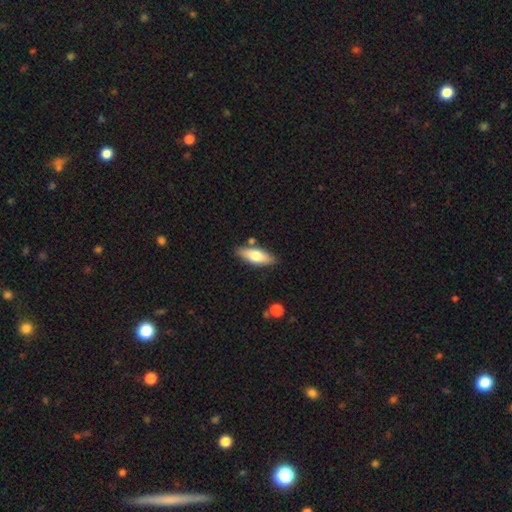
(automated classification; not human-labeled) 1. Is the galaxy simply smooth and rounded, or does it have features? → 67% smooth, 27% featured or disk, 6% star or artifact.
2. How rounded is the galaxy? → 64% in between, 33% cigar-shaped, 2% round.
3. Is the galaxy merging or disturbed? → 81% none, 12% minor disturbance, 5% merger, 2% major disturbance.